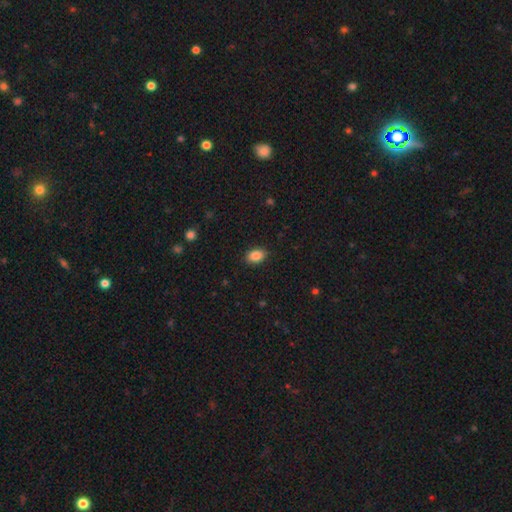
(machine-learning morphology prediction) Overall: smooth (86%). How rounded: in between (83%). Merging: none (88%).